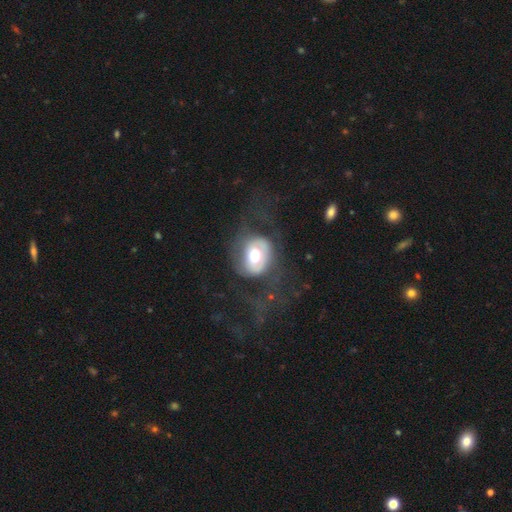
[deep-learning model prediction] Smooth or featured? Predicted: featured or disk (p=0.50). Edge-on disk? Predicted: no (p=0.95). Merging? Predicted: none (p=0.48).